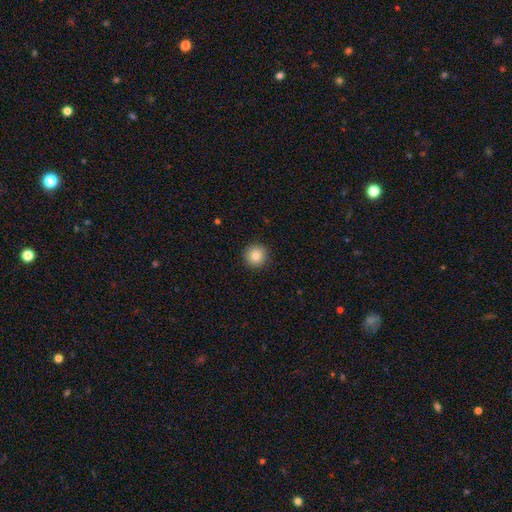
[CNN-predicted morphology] smooth_or_featured: smooth (p=0.86) [alt: star or artifact p=0.09]
how_rounded: round (p=0.95) [alt: in between p=0.04]
merging: none (p=0.91) [alt: minor disturbance p=0.06]